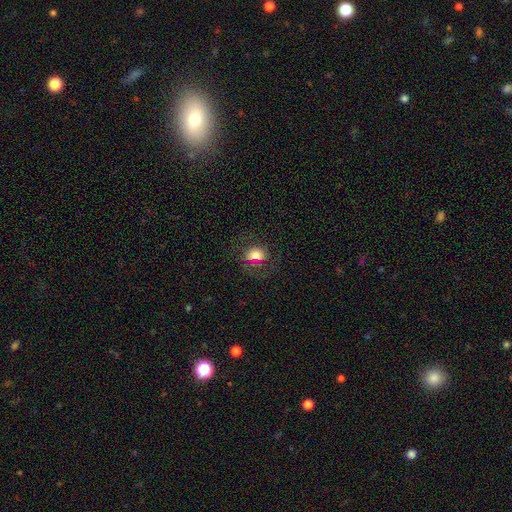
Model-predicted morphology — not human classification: Smooth or featured? smooth (64%)
How rounded? round (56%)
Merging? none (69%)